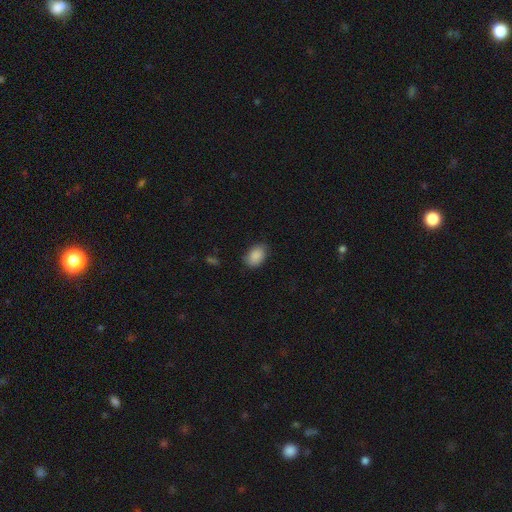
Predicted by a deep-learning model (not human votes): Smooth or featured? Predicted: smooth (p=0.89). How rounded? Predicted: in between (p=0.82). Merging? Predicted: none (p=0.81).